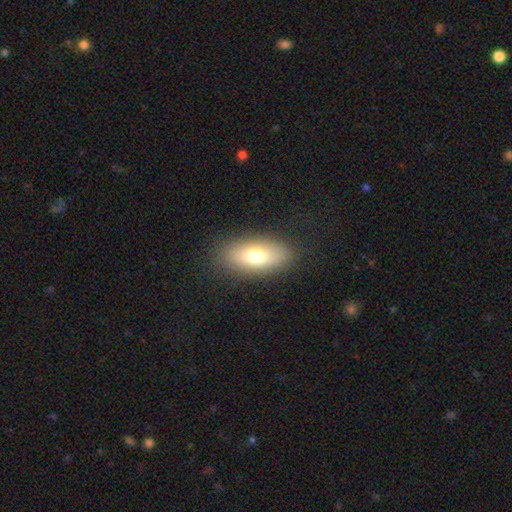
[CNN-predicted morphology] Smooth or featured?
  - smooth: 75% *
  - featured or disk: 17%
  - star or artifact: 8%
How rounded?
  - in between: 84% *
  - cigar-shaped: 12%
  - round: 4%
Merging?
  - none: 86% *
  - minor disturbance: 10%
  - major disturbance: 3%
  - merger: 1%